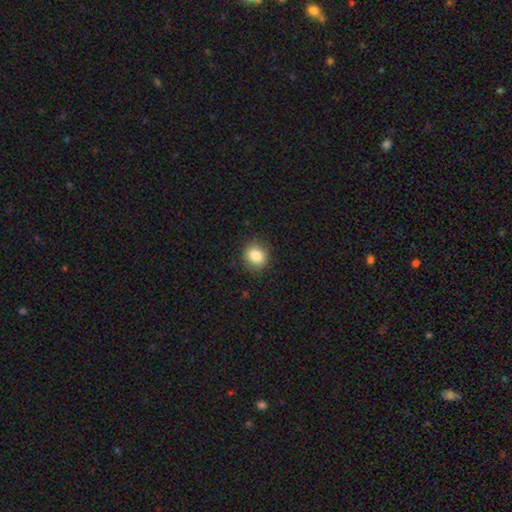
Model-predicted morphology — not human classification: smooth 85%, star or artifact 9%, featured or disk 6%. Down the decision tree: how rounded — round (69%); merging — none (87%).